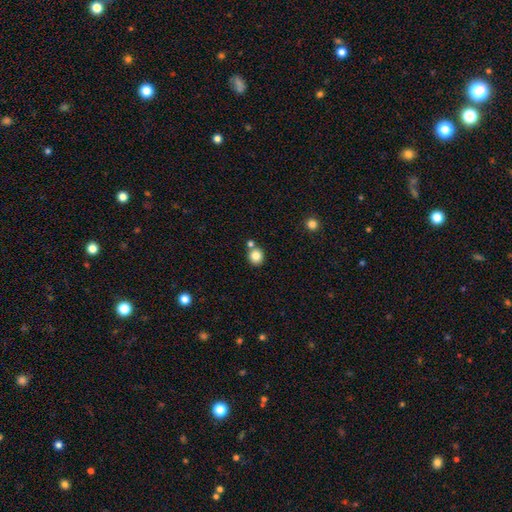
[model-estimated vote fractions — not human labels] Smooth or featured: smooth — 83% (star or artifact — 10%)
How rounded: round — 87% (in between — 12%)
Merging: none — 71% (merger — 19%)